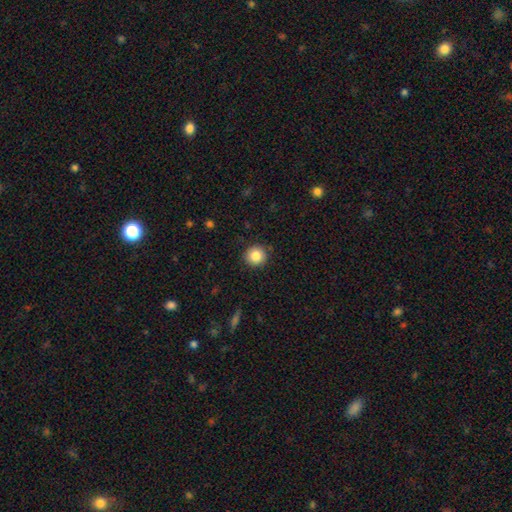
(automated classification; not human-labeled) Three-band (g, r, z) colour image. It shows a smooth galaxy with no disk features (85%) that is round (92%). Merging: none (90%).